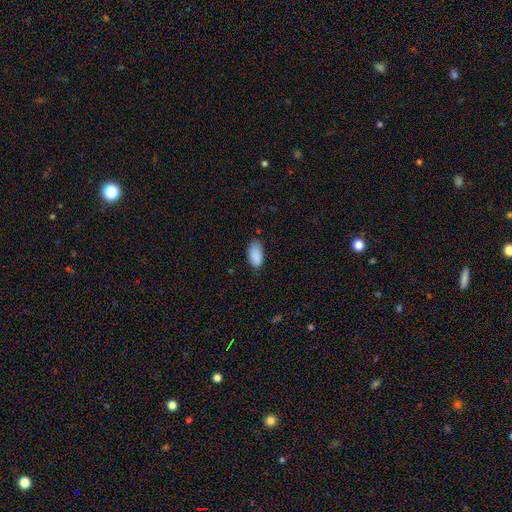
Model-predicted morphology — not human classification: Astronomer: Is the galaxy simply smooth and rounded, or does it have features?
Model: smooth — 89%.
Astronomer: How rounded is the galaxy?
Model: in between — 94%.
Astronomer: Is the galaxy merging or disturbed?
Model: none — 72%.